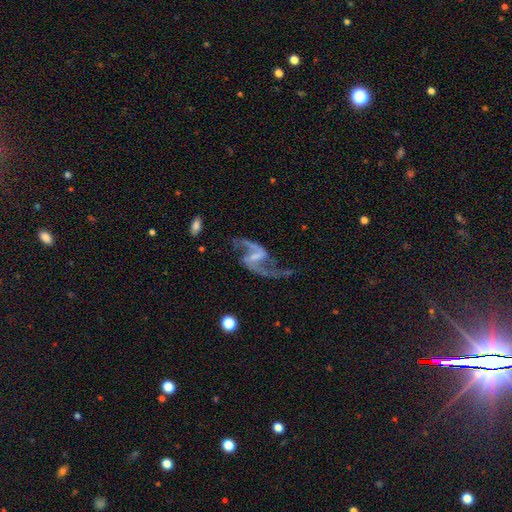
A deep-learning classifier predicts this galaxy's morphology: Smooth or featured: featured or disk — 91% (star or artifact — 5%)
Edge-on disk: no — 98% (yes — 2%)
Bar: weak — 48% (strong — 36%)
Spiral arms: yes — 97% (no — 3%)
Spiral winding: loose — 75% (medium — 21%)
Spiral arm count: 2 — 94% (1 — 2%)
Bulge size: none — 38% (tied with small — 38%)
Merging: none — 65% (minor disturbance — 17%)